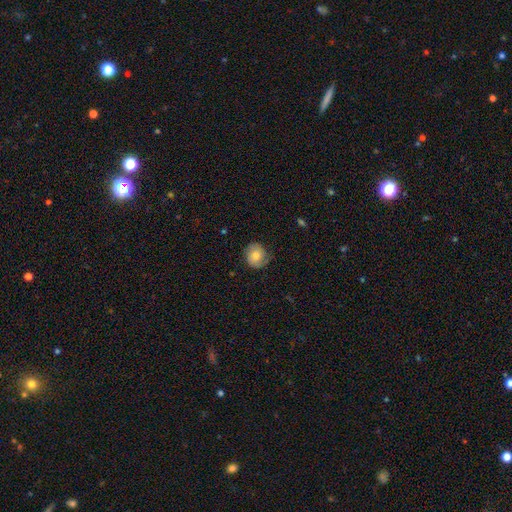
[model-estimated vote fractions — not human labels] Q: Smooth or featured?
A: smooth (58%); runner-up: featured or disk (34%)
Q: How rounded?
A: round (83%); runner-up: in between (16%)
Q: Merging?
A: none (72%); runner-up: minor disturbance (20%)